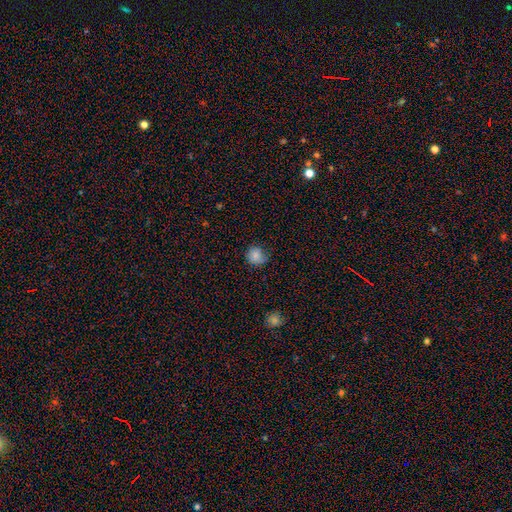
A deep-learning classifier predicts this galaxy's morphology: smooth_or_featured: smooth (p=0.81) [alt: star or artifact p=0.10]
how_rounded: round (p=0.84) [alt: in between p=0.15]
merging: none (p=0.66) [alt: minor disturbance p=0.25]